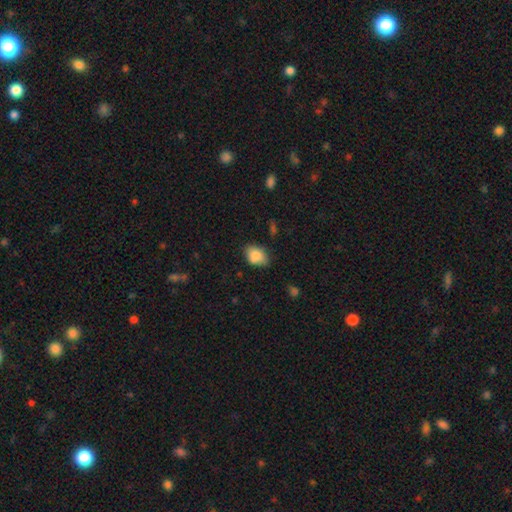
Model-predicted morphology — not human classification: smooth_or_featured: smooth (p=0.83) [alt: featured or disk p=0.08]
how_rounded: in between (p=0.75) [alt: round p=0.24]
merging: none (p=0.66) [alt: minor disturbance p=0.26]